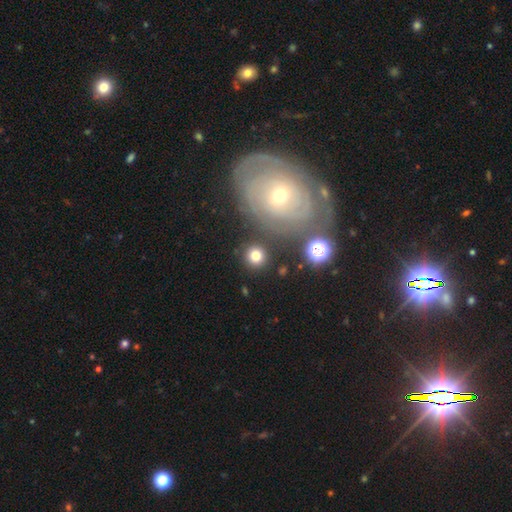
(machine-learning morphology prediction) Smooth or featured? smooth (79%)
How rounded? round (90%)
Merging? none (85%)